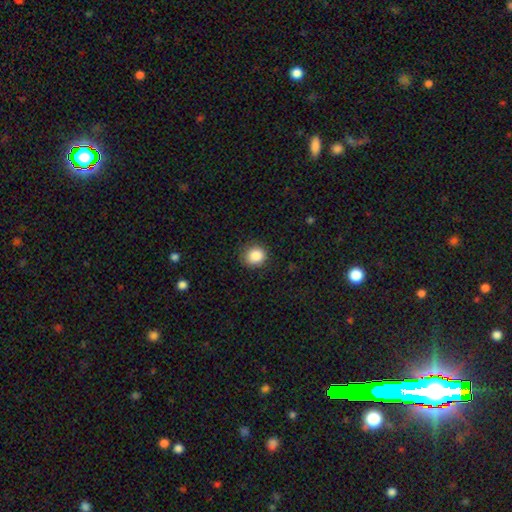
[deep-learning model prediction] This is clearly a smooth galaxy (86%). How rounded: clearly round (82%). Merging: clearly none (85%).